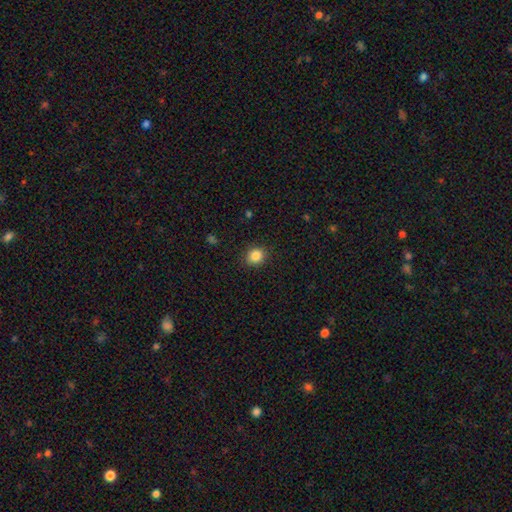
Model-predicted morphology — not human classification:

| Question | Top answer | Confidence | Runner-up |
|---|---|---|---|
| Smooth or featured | smooth | 85% | star or artifact (10%) |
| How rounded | round | 67% | in between (32%) |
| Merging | none | 89% | minor disturbance (8%) |